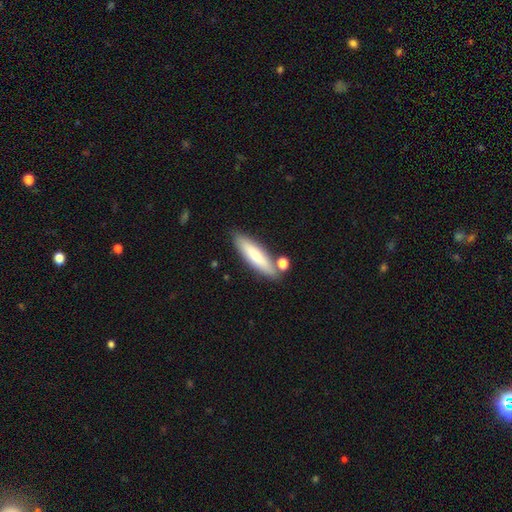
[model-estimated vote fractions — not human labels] This is likely a smooth galaxy (72%). How rounded: likely cigar-shaped (70%). Merging: likely none (76%).